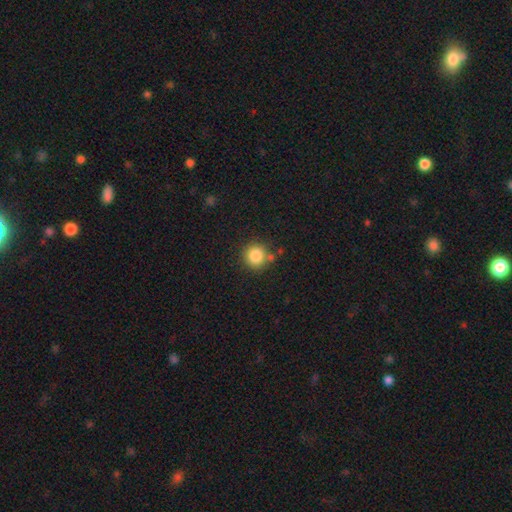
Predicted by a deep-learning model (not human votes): This appears to be a smooth galaxy with no disk features (85%) that is round (92%). Merging: none (79%).